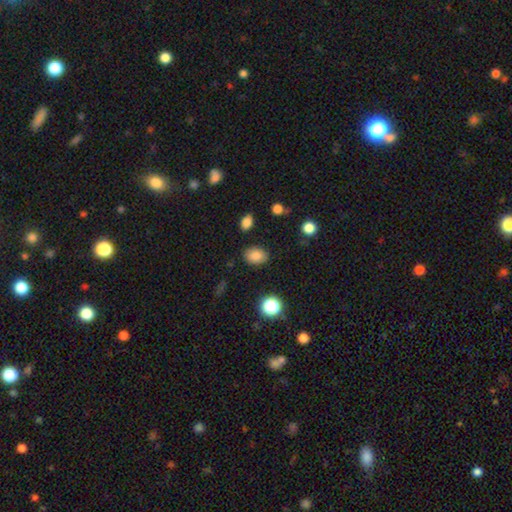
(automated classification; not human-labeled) smooth 84%, star or artifact 10%, featured or disk 6%. Down the decision tree: how rounded — in between (74%); merging — none (85%).